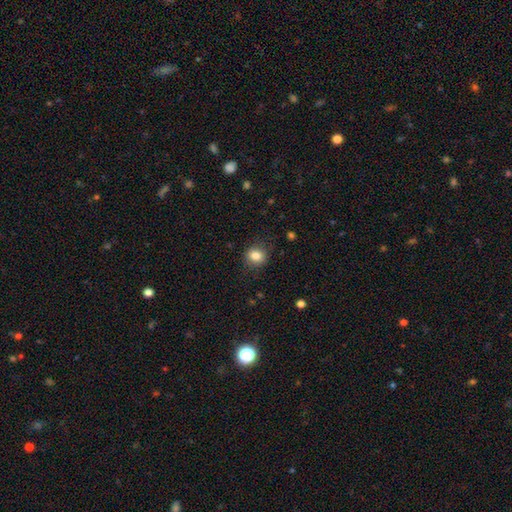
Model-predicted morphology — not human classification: smooth-or-featured: smooth: 83% | star or artifact: 10% | featured or disk: 6%
  how-rounded: round: 71% | in between: 28% | cigar-shaped: 1%
  merging: none: 84% | minor disturbance: 11% | major disturbance: 4% | merger: 1%